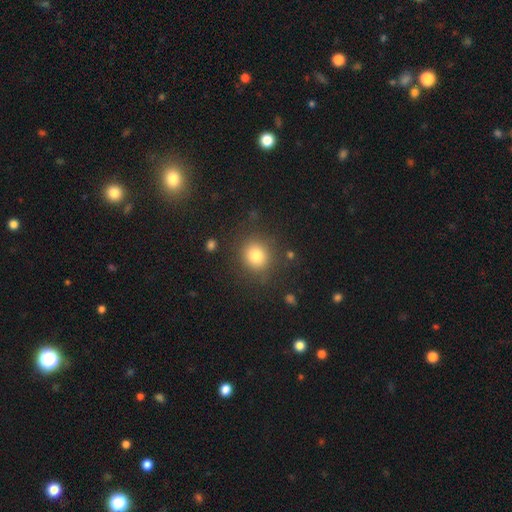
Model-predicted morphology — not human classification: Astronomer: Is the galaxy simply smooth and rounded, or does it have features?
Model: smooth — 80%.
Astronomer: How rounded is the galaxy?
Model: round — 82%.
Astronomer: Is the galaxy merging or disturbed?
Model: none — 83%.